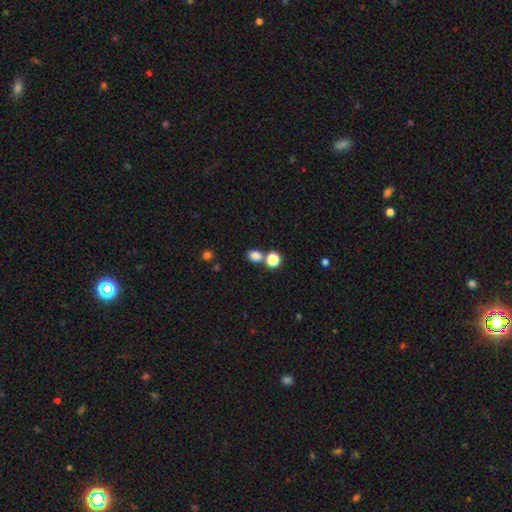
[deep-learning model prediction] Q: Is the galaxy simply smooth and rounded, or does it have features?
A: smooth — 81%.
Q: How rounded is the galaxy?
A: round — 51%.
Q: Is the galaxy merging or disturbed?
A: none — 61%.